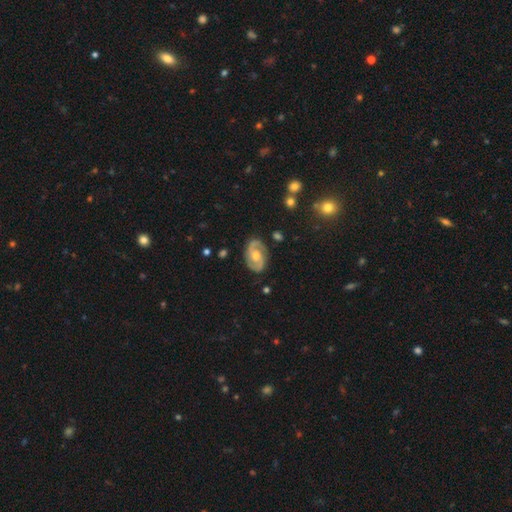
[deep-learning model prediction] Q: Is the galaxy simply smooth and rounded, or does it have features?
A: featured or disk — 86%.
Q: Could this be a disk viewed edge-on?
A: no — 98%.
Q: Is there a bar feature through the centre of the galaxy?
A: no — 57%.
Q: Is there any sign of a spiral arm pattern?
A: yes — 96%.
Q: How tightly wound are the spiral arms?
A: medium — 50%.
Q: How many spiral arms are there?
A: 2 — 92%.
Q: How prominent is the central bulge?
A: moderate — 68%.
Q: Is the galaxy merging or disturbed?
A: none — 83%.